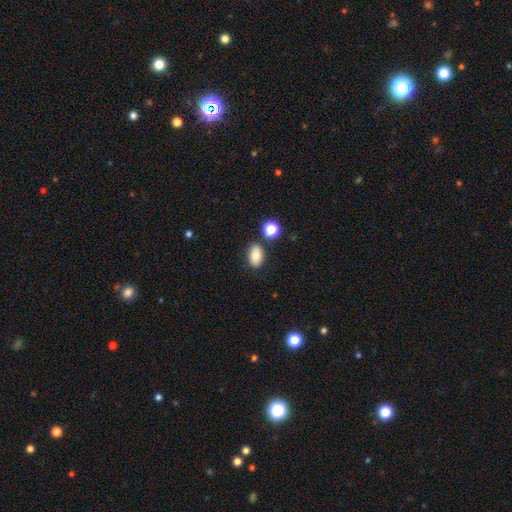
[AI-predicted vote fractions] This appears to be a smooth galaxy with no disk features (78%) that is in between round and cigar-shaped (87%). Merging: none (80%).